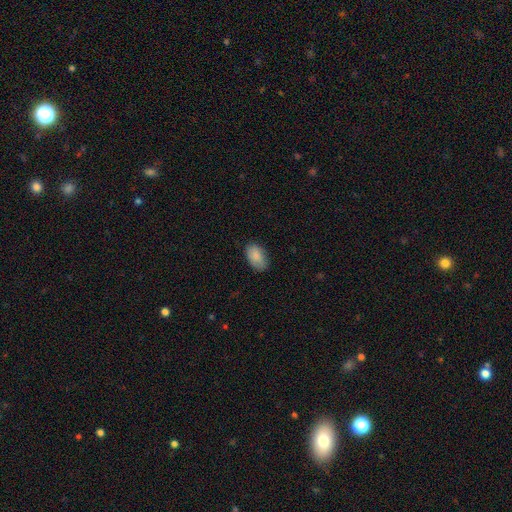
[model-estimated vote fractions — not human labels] smooth_or_featured: smooth (p=0.87) [alt: star or artifact p=0.07]
how_rounded: in between (p=0.93) [alt: round p=0.05]
merging: none (p=0.80) [alt: minor disturbance p=0.16]